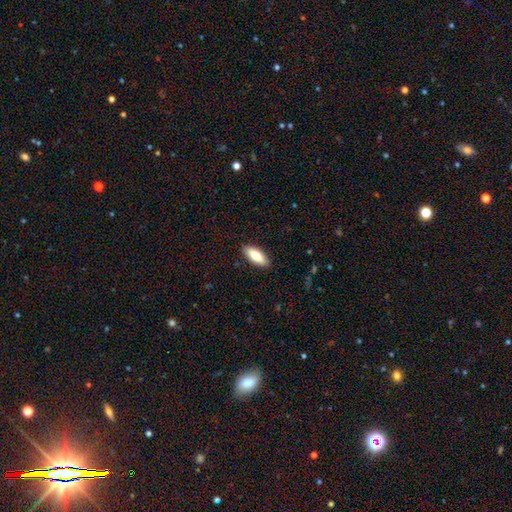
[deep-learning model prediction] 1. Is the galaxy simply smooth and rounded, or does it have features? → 79% smooth, 15% featured or disk, 6% star or artifact.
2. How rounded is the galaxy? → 79% in between, 19% cigar-shaped, 2% round.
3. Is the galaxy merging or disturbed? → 89% none, 8% minor disturbance, 2% major disturbance, 1% merger.